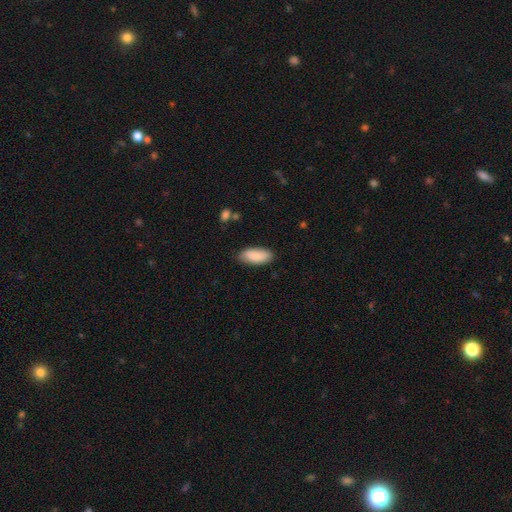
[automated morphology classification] Smooth or featured: smooth — 88% (star or artifact — 6%)
How rounded: in between — 87% (cigar-shaped — 11%)
Merging: none — 82% (minor disturbance — 14%)